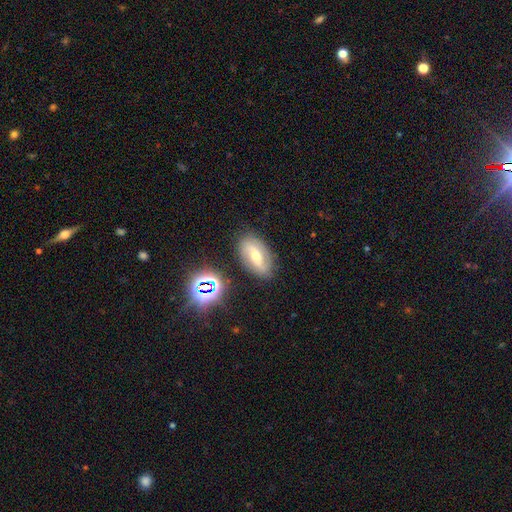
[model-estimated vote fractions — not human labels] Smooth or featured: featured or disk — 62% (smooth — 24%)
Edge-on disk: no — 90% (yes — 10%)
Bar: strong — 39% (weak — 37%)
Spiral arms: yes — 76% (no — 24%)
Bulge size: moderate — 62% (small — 33%)
Merging: none — 82% (minor disturbance — 12%)